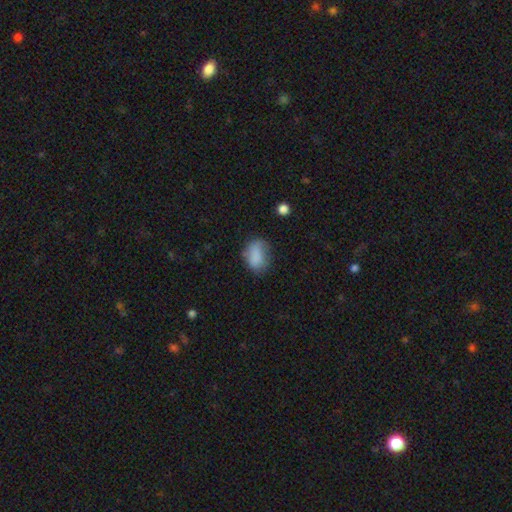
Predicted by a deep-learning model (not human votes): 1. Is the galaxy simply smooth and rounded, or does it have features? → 80% smooth, 11% featured or disk, 9% star or artifact.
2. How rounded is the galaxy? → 75% in between, 24% round, 1% cigar-shaped.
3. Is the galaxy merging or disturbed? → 55% none, 30% minor disturbance, 12% major disturbance, 3% merger.